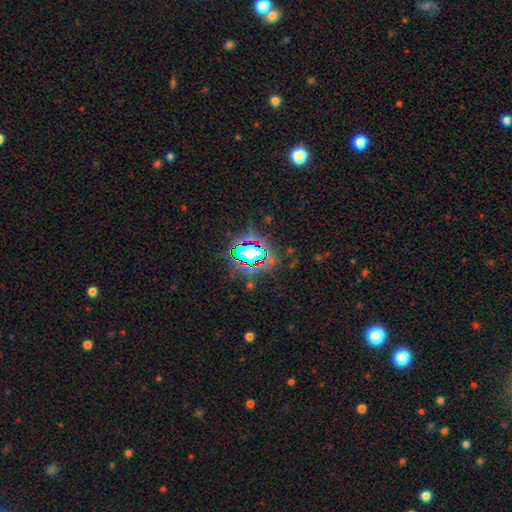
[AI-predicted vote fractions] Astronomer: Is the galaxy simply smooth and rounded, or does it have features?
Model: star or artifact — 71%.